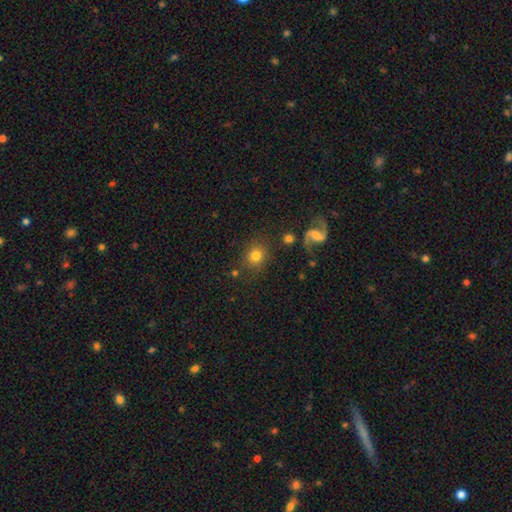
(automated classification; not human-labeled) This is likely a smooth galaxy (74%). How rounded: clearly round (83%). Merging: clearly none (81%).